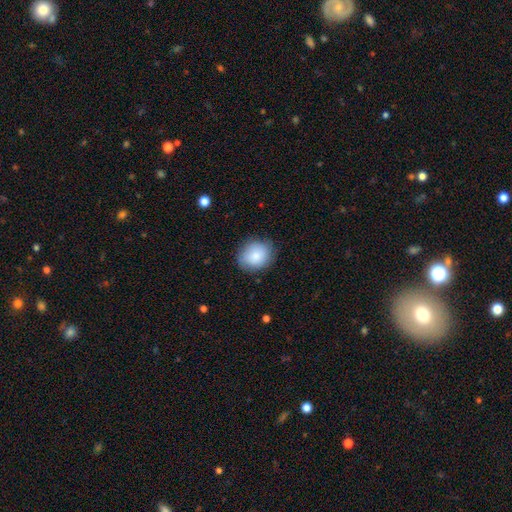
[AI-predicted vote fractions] smooth_or_featured: smooth (p=0.85) [alt: featured or disk p=0.08]
how_rounded: round (p=0.65) [alt: in between p=0.34]
merging: none (p=0.83) [alt: minor disturbance p=0.13]